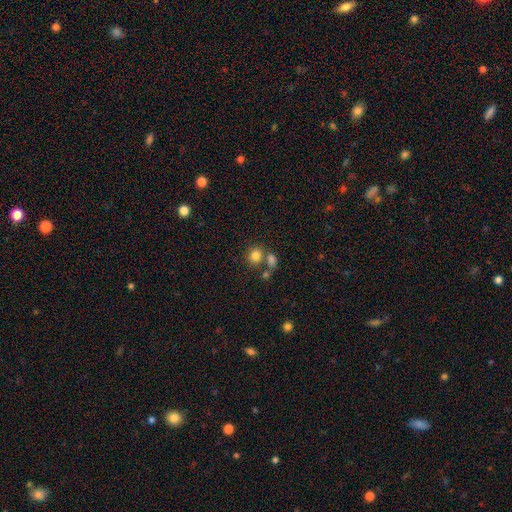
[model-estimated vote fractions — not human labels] Morphology: type=smooth (80%); roundness=round (76%); merging=none (59%).